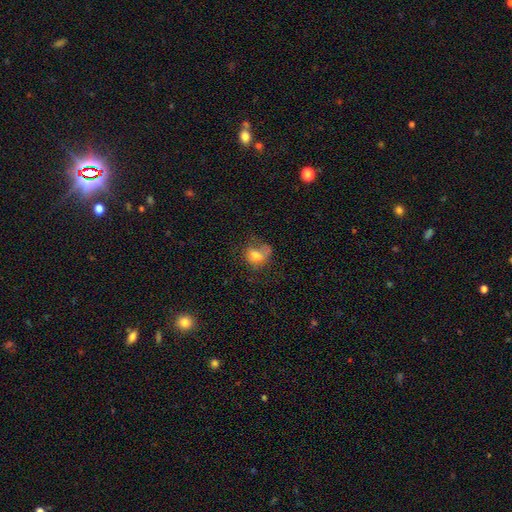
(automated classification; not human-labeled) Smooth or featured? smooth (60%)
How rounded? in between (56%)
Merging? none (35%)